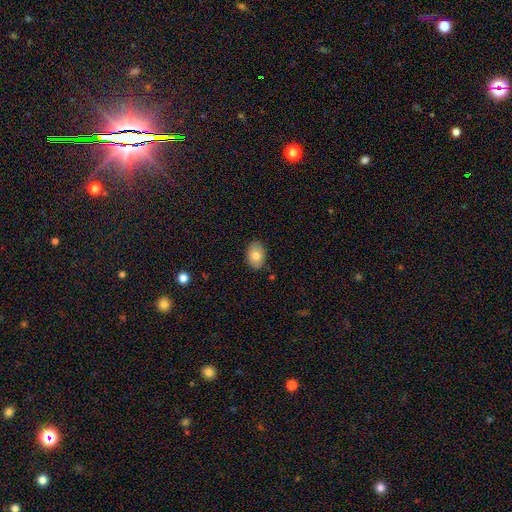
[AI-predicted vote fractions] smooth-or-featured: smooth: 81% | featured or disk: 12% | star or artifact: 7%
  how-rounded: in between: 85% | round: 14% | cigar-shaped: 1%
  merging: none: 85% | minor disturbance: 12% | major disturbance: 2% | merger: 1%